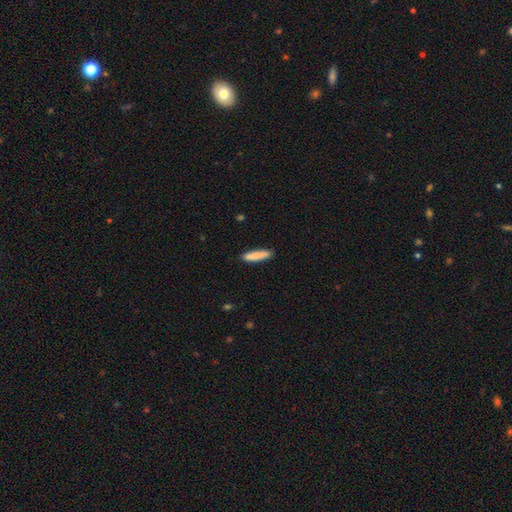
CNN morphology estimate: Overall: smooth (85%). How rounded: cigar-shaped (81%). Merging: none (87%).